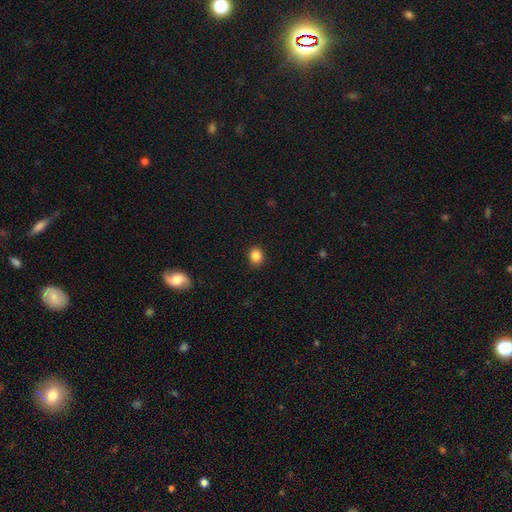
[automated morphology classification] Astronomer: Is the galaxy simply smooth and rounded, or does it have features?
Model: smooth — 86%.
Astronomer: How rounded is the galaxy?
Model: round — 69%.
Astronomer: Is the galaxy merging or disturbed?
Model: none — 91%.